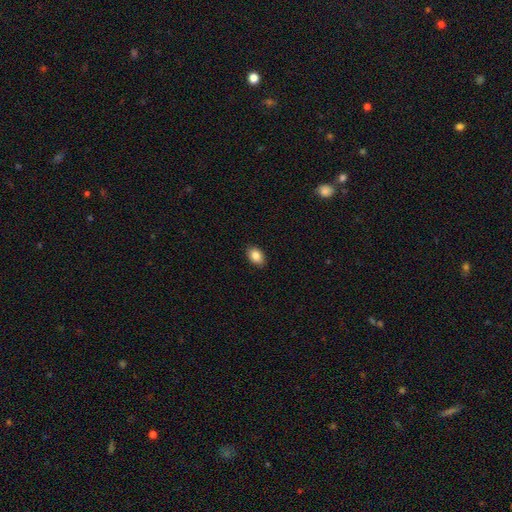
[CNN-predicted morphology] This is clearly a smooth galaxy (86%). How rounded: clearly in between (84%). Merging: clearly none (89%).